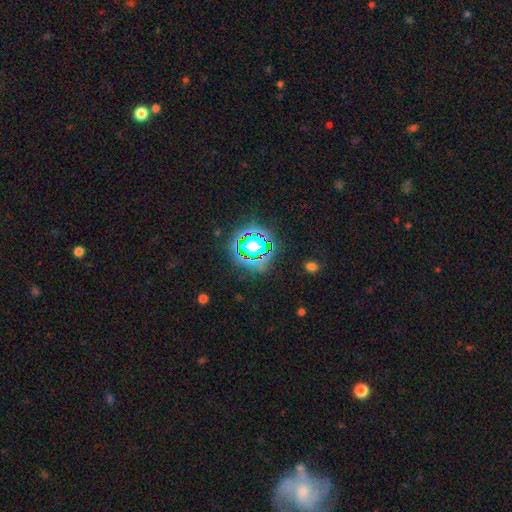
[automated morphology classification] Q: Smooth or featured?
A: star or artifact (81%); runner-up: smooth (12%)